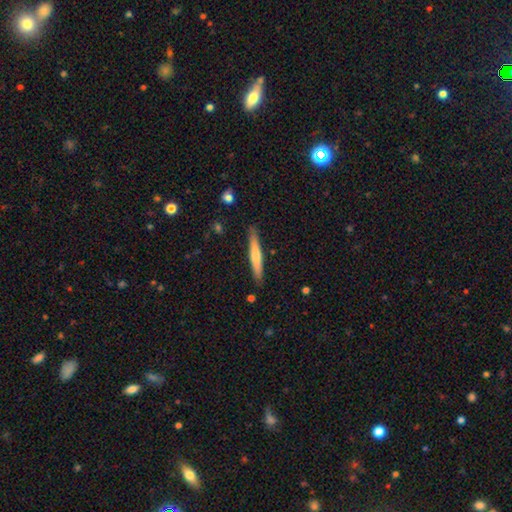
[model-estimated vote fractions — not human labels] The model was most divided on "smooth or featured": smooth: 62%, featured or disk: 33%, star or artifact: 5%. More confident: how rounded — cigar-shaped (94%); merging — none (87%).